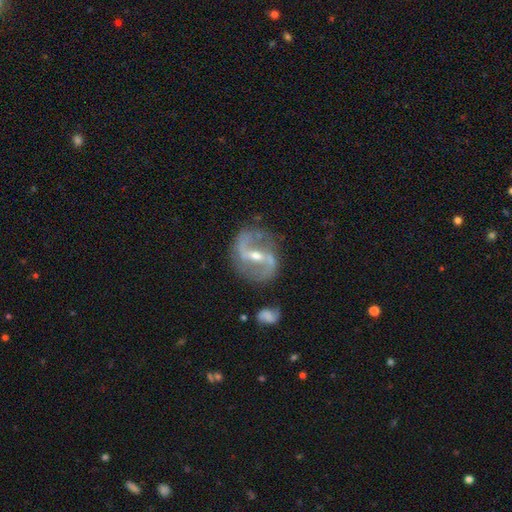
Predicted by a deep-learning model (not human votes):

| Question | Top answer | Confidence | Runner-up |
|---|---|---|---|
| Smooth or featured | featured or disk | 90% | star or artifact (5%) |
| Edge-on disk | no | 97% | yes (3%) |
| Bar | strong | 55% | weak (31%) |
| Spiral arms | yes | 95% | no (5%) |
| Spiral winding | medium | 45% | loose (41%) |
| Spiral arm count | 2 | 93% | can't tell (2%) |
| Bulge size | moderate | 51% | small (46%) |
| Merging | none | 81% | minor disturbance (13%) |